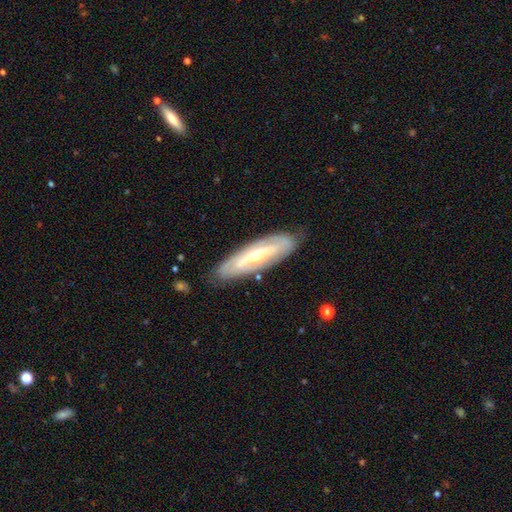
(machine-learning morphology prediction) A featured or disk galaxy (74%) with no bar (52%), spiral arms (72%) and a moderate central bulge (48%, tied with small).

Vote fractions:
- Smooth or featured? featured or disk: 74% / smooth: 21% / star or artifact: 5%
- Edge-on disk? no: 75% / yes: 25%
- Bar? no: 52% / weak: 27% / strong: 21%
- Spiral arms? yes: 72% / no: 28%
- Bulge size? moderate: 48% (tied) / small: 48% (tied) / large: 2% / none: 1% / dominant: 1%
- Merging? none: 83% / minor disturbance: 13% / major disturbance: 3% / merger: 1%